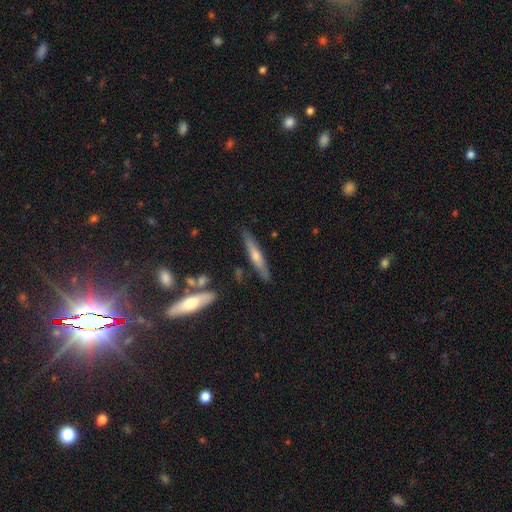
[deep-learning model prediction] Smooth or featured? Predicted: featured or disk (p=0.53). Edge-on disk? Predicted: yes (p=0.92). Merging? Predicted: none (p=0.84).